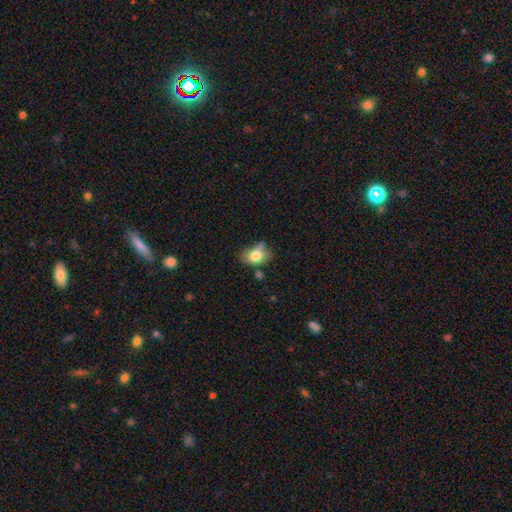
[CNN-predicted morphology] smooth_or_featured: smooth (p=0.73) [alt: featured or disk p=0.17]
how_rounded: in between (p=0.72) [alt: round p=0.27]
merging: none (p=0.35) [alt: minor disturbance p=0.34]